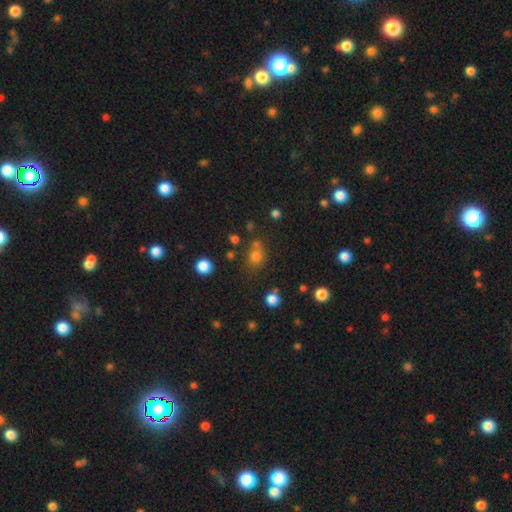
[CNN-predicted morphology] The model was most divided on "how rounded": round: 62%, in between: 37%, cigar-shaped: 2%. More confident: smooth or featured — smooth (67%); merging — none (61%).